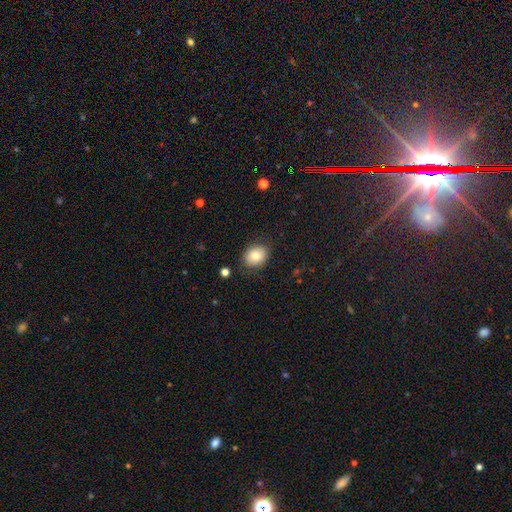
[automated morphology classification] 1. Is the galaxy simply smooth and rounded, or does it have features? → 79% smooth, 12% featured or disk, 9% star or artifact.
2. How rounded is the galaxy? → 51% in between, 48% round, 1% cigar-shaped.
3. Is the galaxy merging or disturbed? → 85% none, 11% minor disturbance, 3% major disturbance, 1% merger.